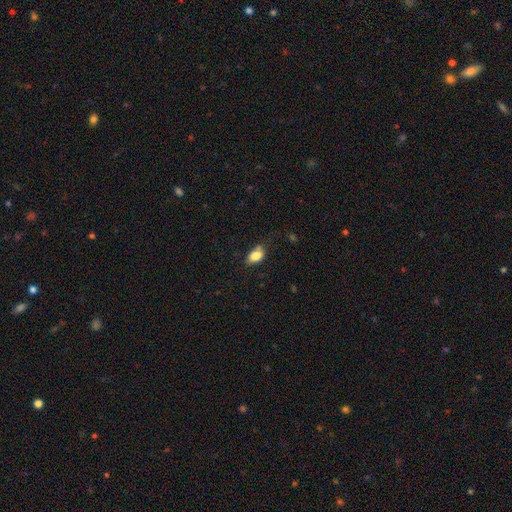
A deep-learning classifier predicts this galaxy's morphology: A smooth galaxy with no disk features (81%) that is in between round and cigar-shaped (87%). Merging: none (64%).